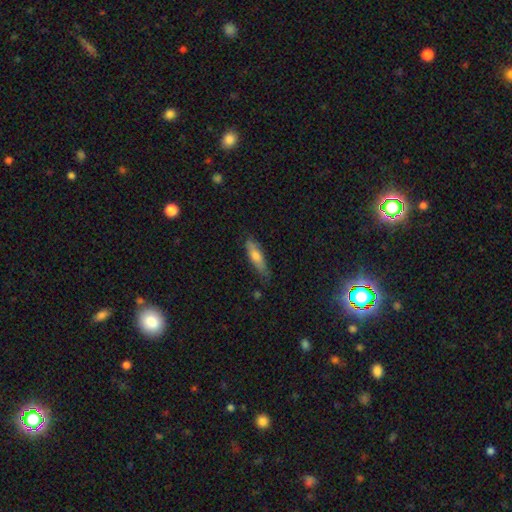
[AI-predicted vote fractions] Overall: smooth (61%; featured or disk 31%). How rounded: cigar-shaped (66%; in between 31%). Merging: none (75%).